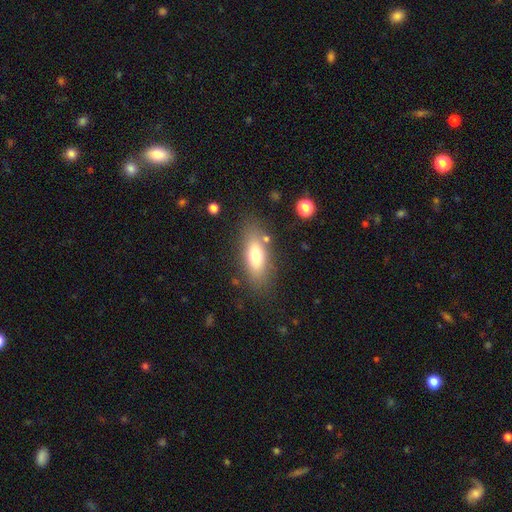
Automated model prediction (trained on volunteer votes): Q: Smooth or featured?
A: smooth (71%); runner-up: featured or disk (21%)
Q: How rounded?
A: in between (73%); runner-up: cigar-shaped (24%)
Q: Merging?
A: none (78%); runner-up: minor disturbance (13%)